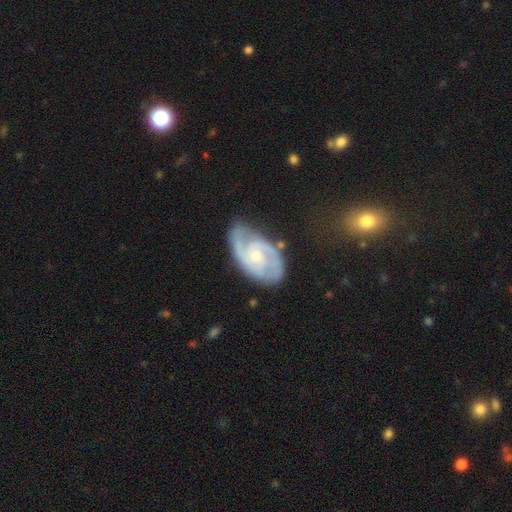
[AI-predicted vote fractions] Smooth or featured? Predicted: featured or disk (p=0.87). Edge-on disk? Predicted: no (p=0.97). Bar? Predicted: no (p=0.57). Spiral arms? Predicted: yes (p=0.97). Spiral winding? Predicted: medium (p=0.46). Spiral arm count? Predicted: 2 (p=0.74). Bulge size? Predicted: small (p=0.68). Merging? Predicted: none (p=0.69).